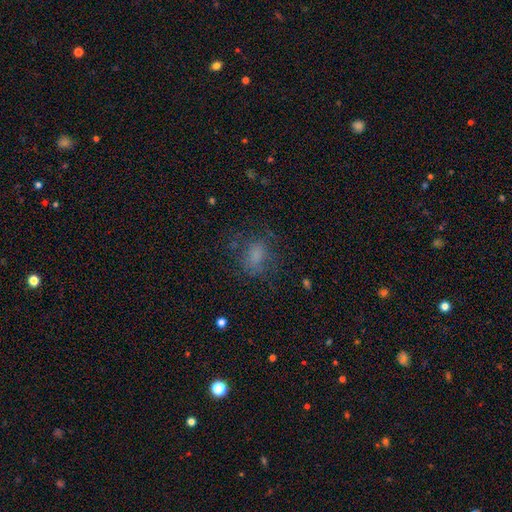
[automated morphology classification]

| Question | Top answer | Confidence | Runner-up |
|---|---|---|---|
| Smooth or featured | smooth | 67% | featured or disk (17%) |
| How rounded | in between | 62% | round (36%) |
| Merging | none | 60% | minor disturbance (20%) |